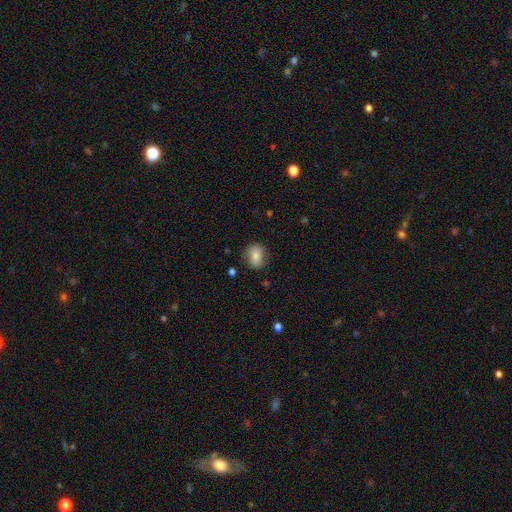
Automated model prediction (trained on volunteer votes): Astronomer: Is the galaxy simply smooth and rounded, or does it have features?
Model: smooth — 78%.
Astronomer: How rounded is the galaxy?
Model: in between — 52% (runner-up: round, 47%).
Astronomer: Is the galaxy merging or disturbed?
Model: none — 78%.